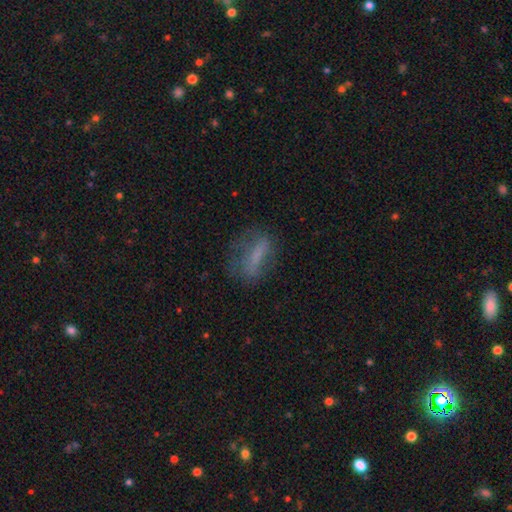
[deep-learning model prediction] A smooth galaxy with no disk features (50%) that is in between round and cigar-shaped (50%).

Vote fractions:
- Smooth or featured? smooth: 50% / featured or disk: 36% / star or artifact: 13%
- How rounded? in between: 50% / cigar-shaped: 44% / round: 6%
- Merging? none: 55% / minor disturbance: 23% / major disturbance: 20% / merger: 2%